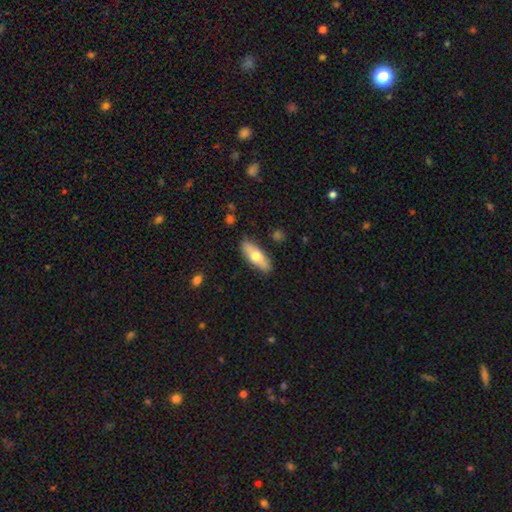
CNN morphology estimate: smooth-or-featured: smooth: 65% | featured or disk: 30% | star or artifact: 6%
  how-rounded: in between: 64% | cigar-shaped: 33% | round: 3%
  merging: none: 86% | minor disturbance: 11% | major disturbance: 2% | merger: 2%